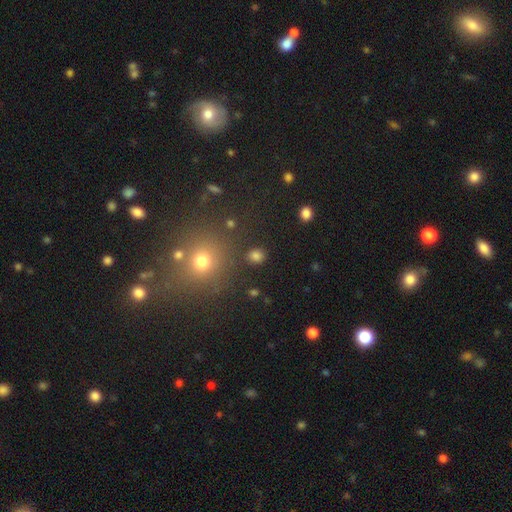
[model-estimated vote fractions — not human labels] A smooth galaxy with no disk features (80%) that is round (72%). Merging: none (86%).